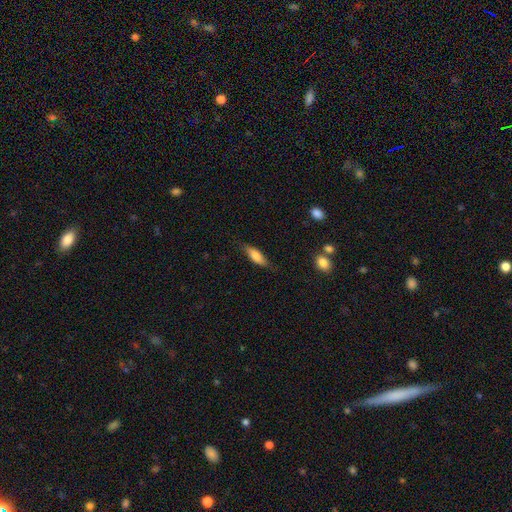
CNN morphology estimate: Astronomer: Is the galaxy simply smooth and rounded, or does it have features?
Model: smooth — 71%.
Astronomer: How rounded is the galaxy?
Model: in between — 53% (runner-up: cigar-shaped, 45%).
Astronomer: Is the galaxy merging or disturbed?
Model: none — 76%.